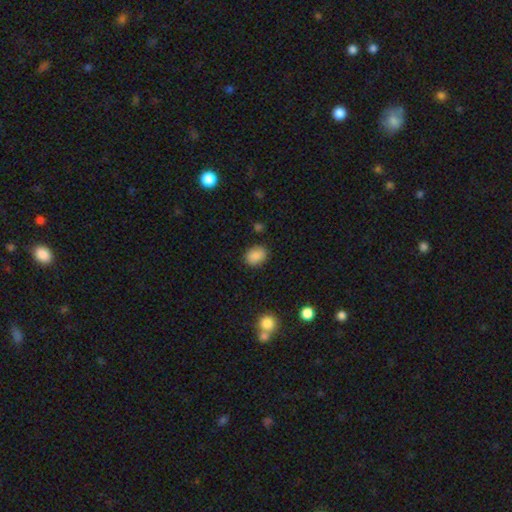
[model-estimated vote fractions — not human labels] A smooth galaxy with no disk features (87%) that is in between round and cigar-shaped (70%). Merging: none (84%).